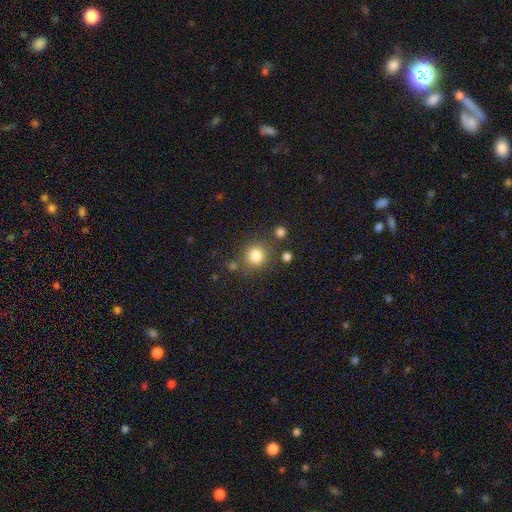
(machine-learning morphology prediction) smooth-or-featured: smooth: 82% | star or artifact: 12% | featured or disk: 6%
  how-rounded: round: 90% | in between: 9% | cigar-shaped: 1%
  merging: none: 78% | minor disturbance: 10% | merger: 7% | major disturbance: 4%